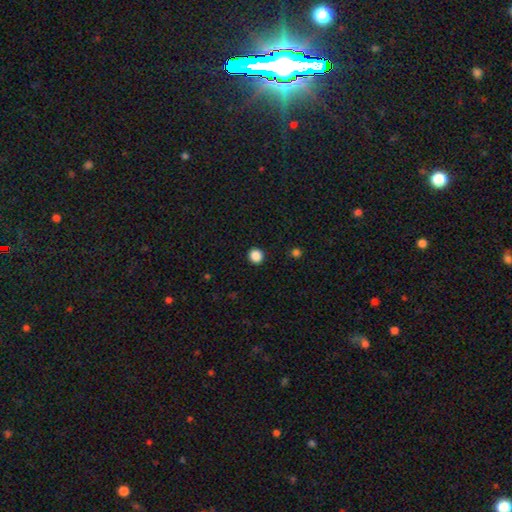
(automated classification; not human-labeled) The model was most divided on "smooth or featured": smooth: 87%, star or artifact: 10%, featured or disk: 2%. More confident: merging — none (93%); how rounded — round (89%).